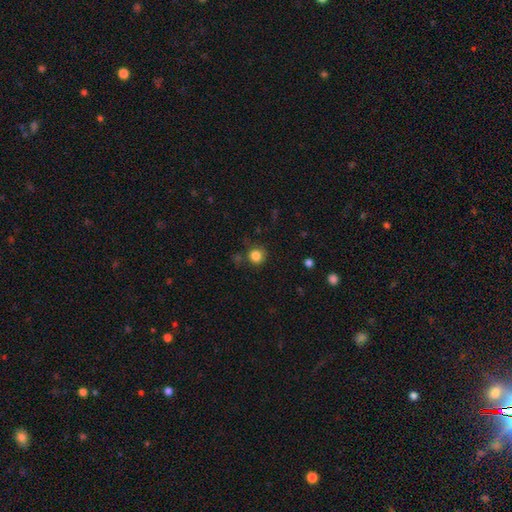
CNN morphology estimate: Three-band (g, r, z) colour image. It shows a smooth galaxy with no disk features (84%) that is round (92%). Merging: none (80%).